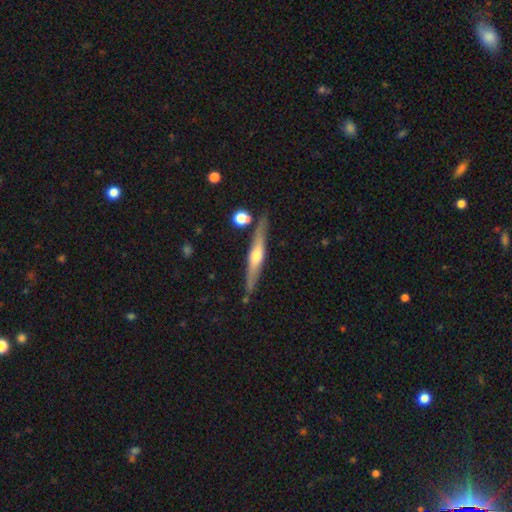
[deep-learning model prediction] smooth_or_featured: featured or disk (p=0.67) [alt: smooth p=0.27]
disk_edge_on: yes (p=0.95) [alt: no p=0.05]
edge_on_bulge: rounded (p=0.89) [alt: none p=0.07]
merging: none (p=0.83) [alt: minor disturbance p=0.11]